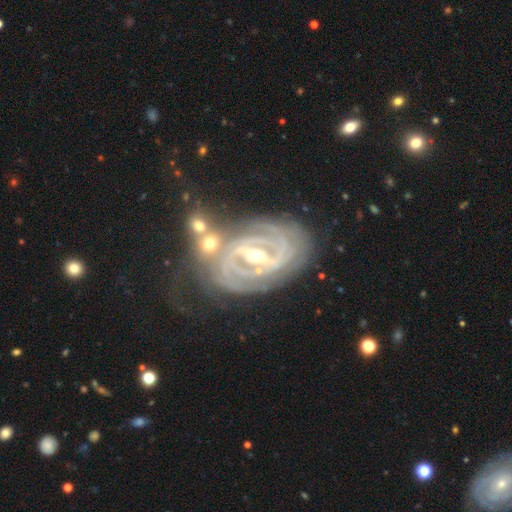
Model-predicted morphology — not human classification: type=featured or disk (90%); edge-on=no (96%); bar=strong (49%); spiral arms=yes (97%); winding=tight (73%); arm count=2 (48%); bulge=moderate (53%); merging=none (56%).